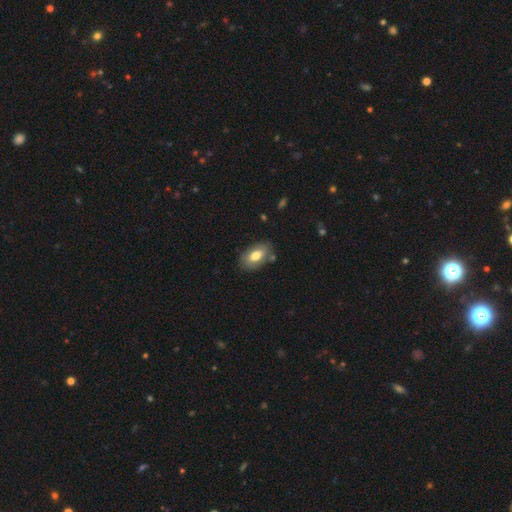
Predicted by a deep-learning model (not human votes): Smooth or featured? Predicted: smooth (p=0.70). How rounded? Predicted: in between (p=0.92). Merging? Predicted: none (p=0.76).